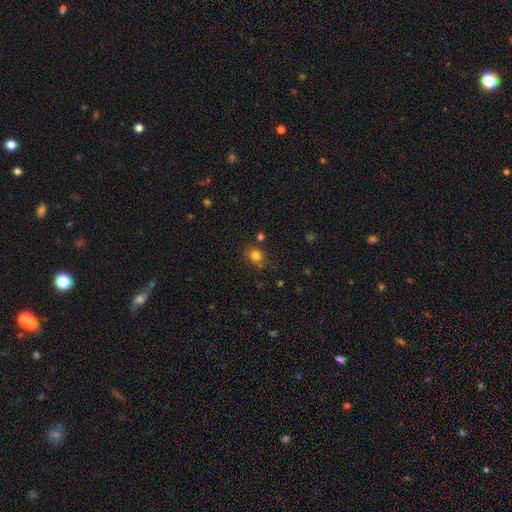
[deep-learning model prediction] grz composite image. It shows a smooth galaxy with no disk features (80%) that is round (80%). Merging: none (75%).